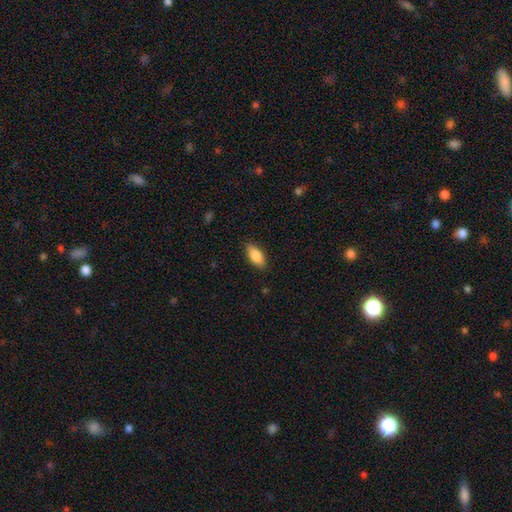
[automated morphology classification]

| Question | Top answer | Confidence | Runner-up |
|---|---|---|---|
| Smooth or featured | smooth | 81% | featured or disk (13%) |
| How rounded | in between | 83% | cigar-shaped (14%) |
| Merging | none | 86% | minor disturbance (11%) |